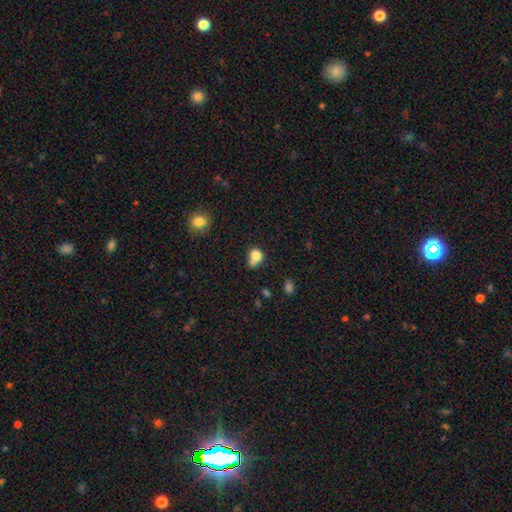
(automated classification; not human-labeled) Smooth or featured: smooth — 79% (star or artifact — 11%)
How rounded: round — 70% (in between — 29%)
Merging: none — 38% (merger — 37%)